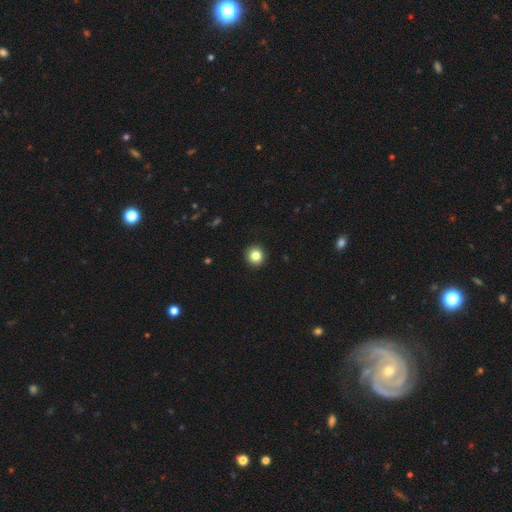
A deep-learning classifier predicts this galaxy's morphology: A smooth galaxy with no disk features (84%) that is round (94%).

Vote fractions:
- Smooth or featured? smooth: 84% / star or artifact: 10% / featured or disk: 6%
- How rounded? round: 94% / in between: 5% / cigar-shaped: 1%
- Merging? none: 93% / minor disturbance: 5% / major disturbance: 1% / merger: 1%